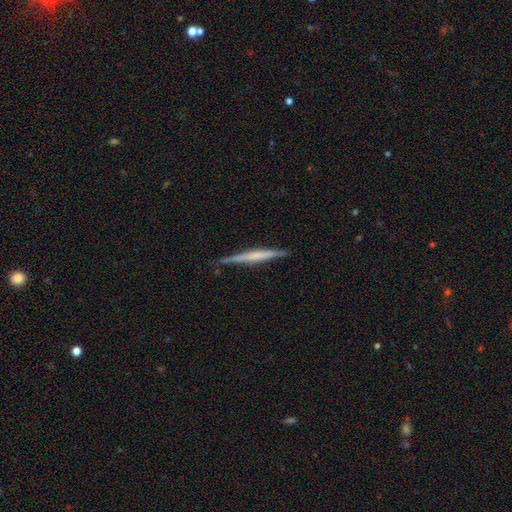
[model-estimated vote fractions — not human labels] Q: Smooth or featured?
A: featured or disk (63%); runner-up: smooth (31%)
Q: Edge-on disk?
A: yes (98%); runner-up: no (2%)
Q: Edge-on bulge?
A: none (56%); runner-up: rounded (29%)
Q: Merging?
A: none (88%); runner-up: minor disturbance (9%)